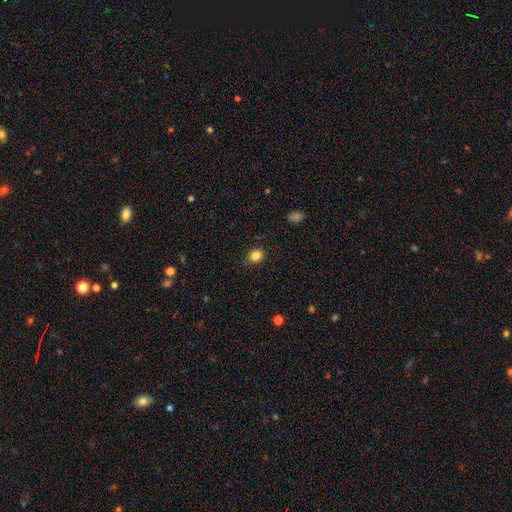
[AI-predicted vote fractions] This appears to be a smooth galaxy with no disk features (84%) that is round (75%). Merging: none (84%).